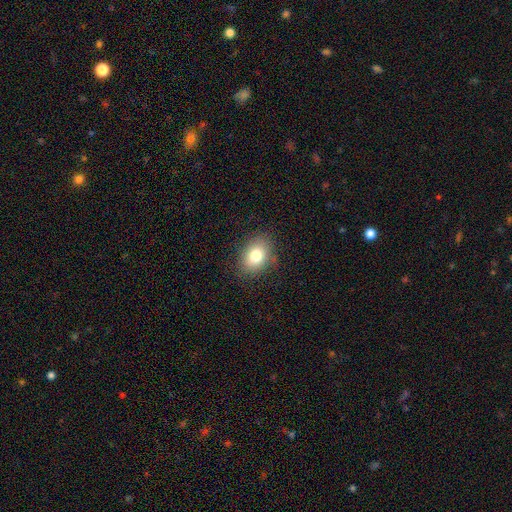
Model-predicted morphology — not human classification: smooth_or_featured: smooth (p=0.78) [alt: featured or disk p=0.11]
how_rounded: in between (p=0.72) [alt: round p=0.27]
merging: none (p=0.84) [alt: minor disturbance p=0.12]